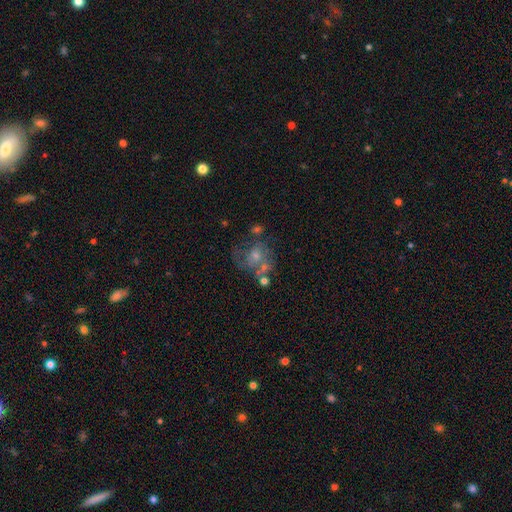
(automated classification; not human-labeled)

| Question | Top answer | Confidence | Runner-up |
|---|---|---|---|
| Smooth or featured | featured or disk | 58% | smooth (24%) |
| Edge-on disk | no | 97% | yes (3%) |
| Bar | no | 78% | weak (19%) |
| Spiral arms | yes | 59% | no (41%) |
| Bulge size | small | 47% | moderate (40%) |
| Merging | none | 46% | major disturbance (21%) |